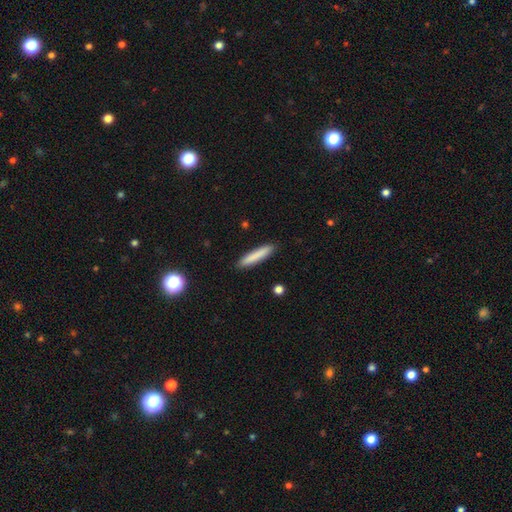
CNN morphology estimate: smooth-or-featured: smooth: 83% | featured or disk: 11% | star or artifact: 6%
  how-rounded: cigar-shaped: 92% | in between: 7% | round: 1%
  merging: none: 91% | minor disturbance: 6% | major disturbance: 1% | merger: 1%